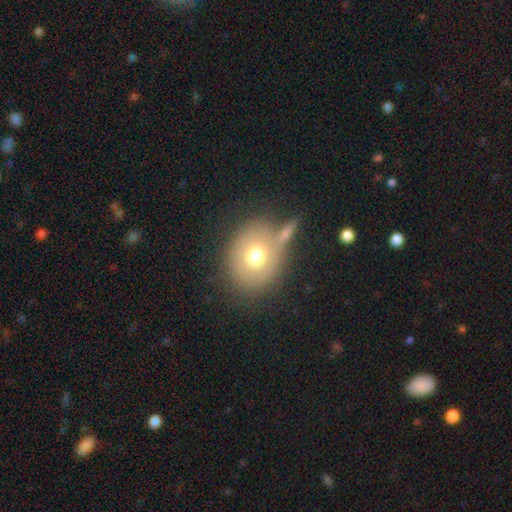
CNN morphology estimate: A smooth galaxy with no disk features (68%) that is round (68%).

Vote fractions:
- Smooth or featured? smooth: 68% / featured or disk: 21% / star or artifact: 11%
- How rounded? round: 68% / in between: 30% / cigar-shaped: 1%
- Merging? none: 61% / merger: 18% / minor disturbance: 14% / major disturbance: 8%